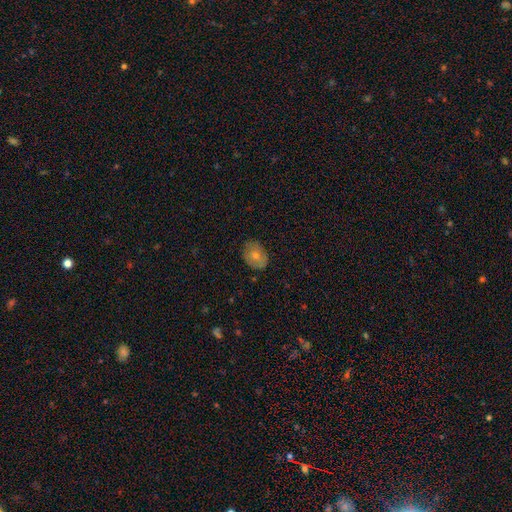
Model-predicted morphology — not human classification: Overall: smooth (57%; featured or disk 31%). How rounded: in between (56%; round 43%). Merging: none (83%).